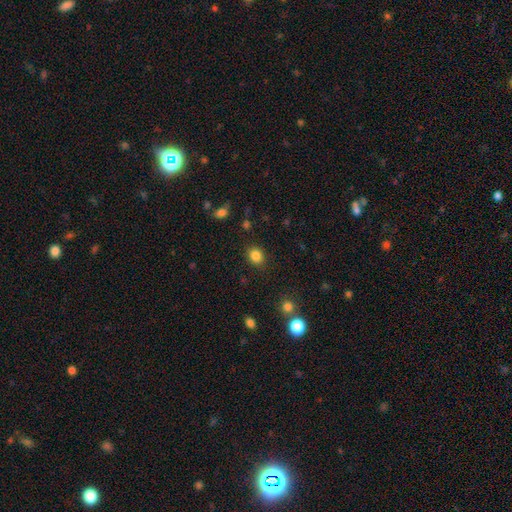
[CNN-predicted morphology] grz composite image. It shows a smooth galaxy with no disk features (84%) that is round (64%). Merging: none (87%).